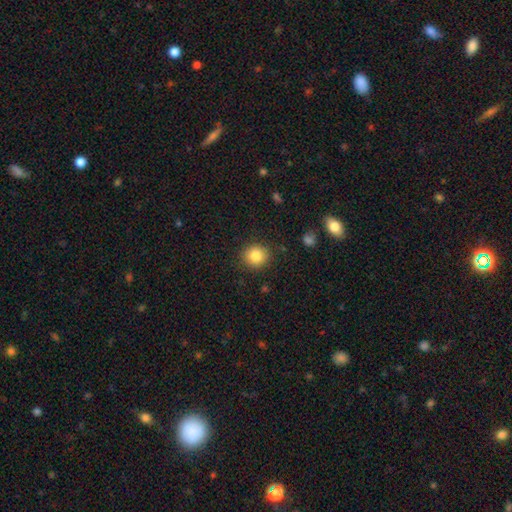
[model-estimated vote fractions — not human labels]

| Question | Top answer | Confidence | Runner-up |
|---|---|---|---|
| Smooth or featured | smooth | 84% | star or artifact (10%) |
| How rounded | round | 87% | in between (12%) |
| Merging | none | 89% | minor disturbance (8%) |